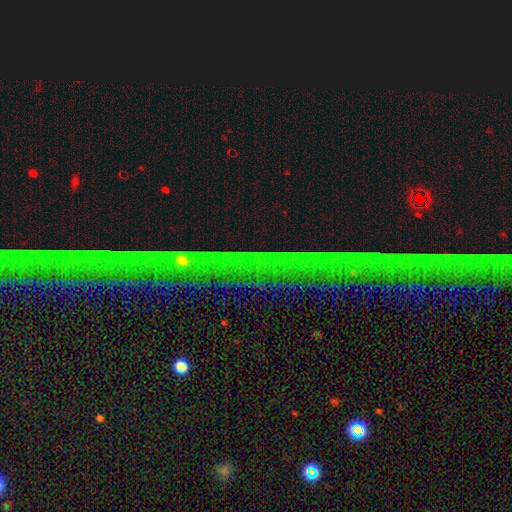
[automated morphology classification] Smooth or featured: star or artifact — 85% (featured or disk — 8%)